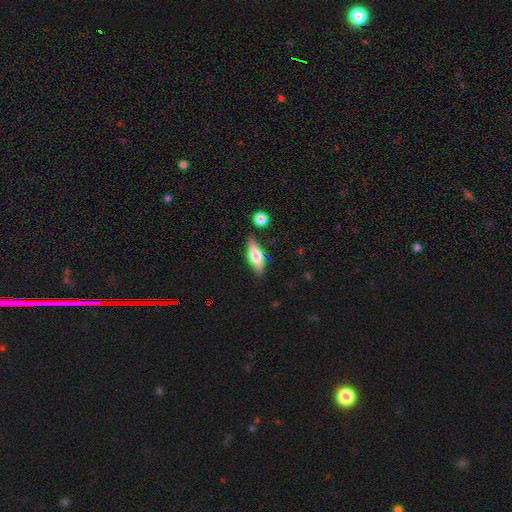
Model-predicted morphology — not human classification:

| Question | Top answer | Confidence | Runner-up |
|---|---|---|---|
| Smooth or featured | smooth | 64% | featured or disk (29%) |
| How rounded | in between | 55% | cigar-shaped (42%) |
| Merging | none | 80% | minor disturbance (13%) |